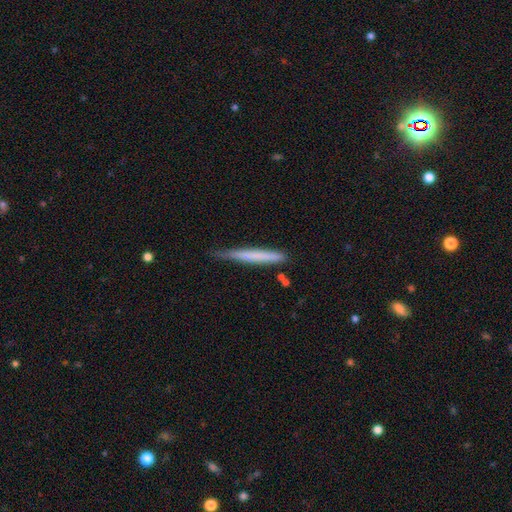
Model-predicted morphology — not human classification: smooth_or_featured: smooth (p=0.63) [alt: featured or disk p=0.31]
how_rounded: cigar-shaped (p=0.96) [alt: in between p=0.02]
merging: none (p=0.71) [alt: minor disturbance p=0.23]